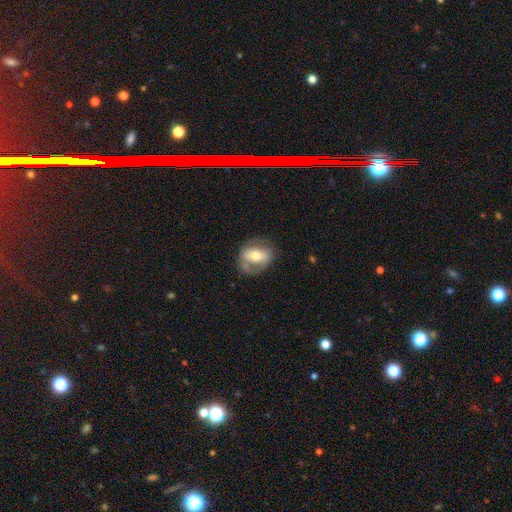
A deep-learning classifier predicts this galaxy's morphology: smooth_or_featured: featured or disk (p=0.48) [alt: smooth p=0.45]
merging: none (p=0.62) [alt: minor disturbance p=0.22]